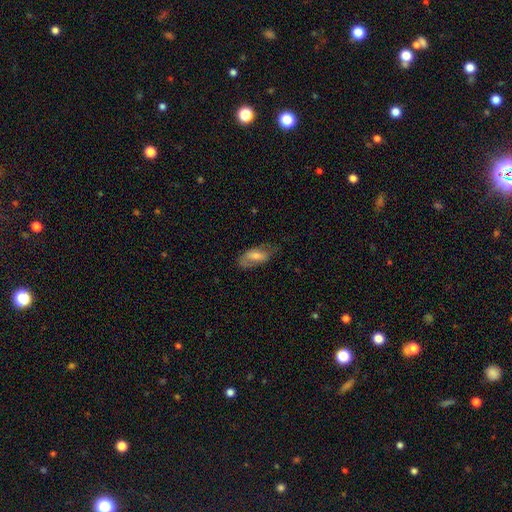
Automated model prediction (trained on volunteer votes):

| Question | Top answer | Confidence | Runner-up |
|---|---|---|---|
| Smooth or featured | smooth | 61% | featured or disk (32%) |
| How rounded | in between | 90% | cigar-shaped (7%) |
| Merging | none | 57% | minor disturbance (28%) |